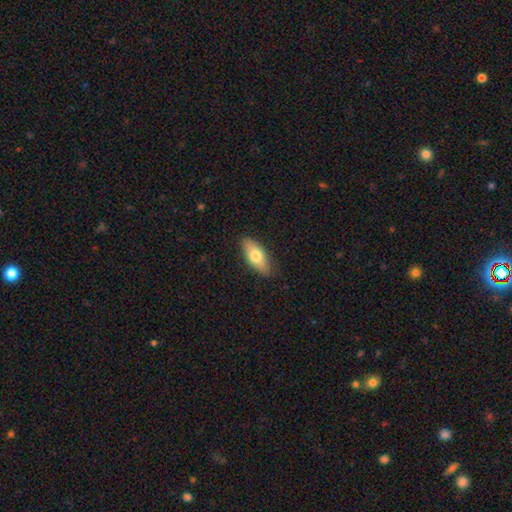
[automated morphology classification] A smooth galaxy with no disk features (70%) that is in between round and cigar-shaped (77%).

Vote fractions:
- Smooth or featured? smooth: 70% / featured or disk: 24% / star or artifact: 6%
- How rounded? in between: 77% / cigar-shaped: 20% / round: 3%
- Merging? none: 86% / minor disturbance: 11% / major disturbance: 2% / merger: 1%